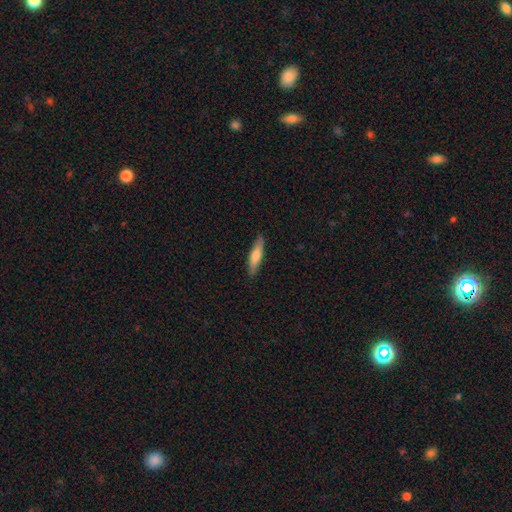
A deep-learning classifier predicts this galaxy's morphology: Smooth or featured? smooth (70%)
How rounded? cigar-shaped (77%)
Merging? none (88%)